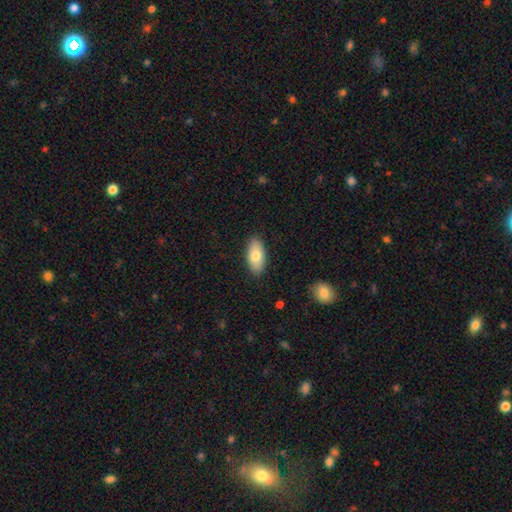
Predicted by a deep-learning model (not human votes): Q: Smooth or featured?
A: smooth (77%); runner-up: featured or disk (16%)
Q: How rounded?
A: in between (91%); runner-up: cigar-shaped (6%)
Q: Merging?
A: none (88%); runner-up: minor disturbance (9%)